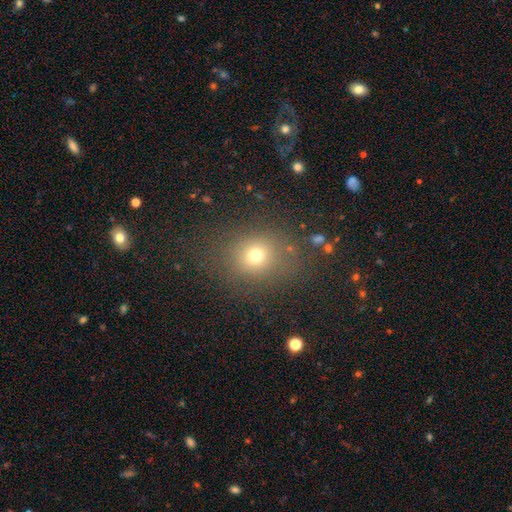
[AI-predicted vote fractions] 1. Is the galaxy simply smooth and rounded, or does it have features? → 70% smooth, 19% star or artifact, 11% featured or disk.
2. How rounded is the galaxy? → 68% round, 31% in between, 1% cigar-shaped.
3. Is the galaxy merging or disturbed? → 78% none, 12% minor disturbance, 7% major disturbance, 3% merger.